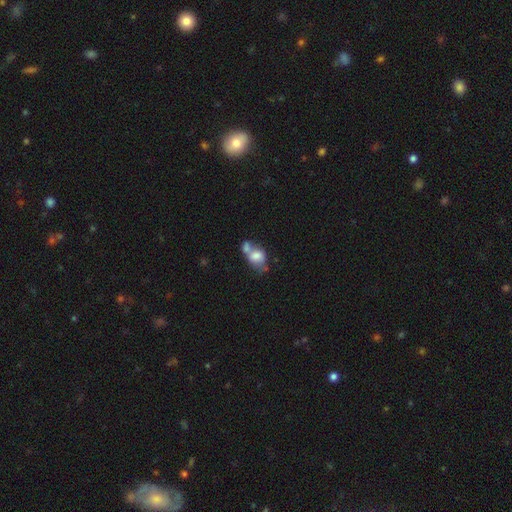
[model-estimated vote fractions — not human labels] Smooth or featured? smooth (68%)
How rounded? in between (69%)
Merging? merger (59%)